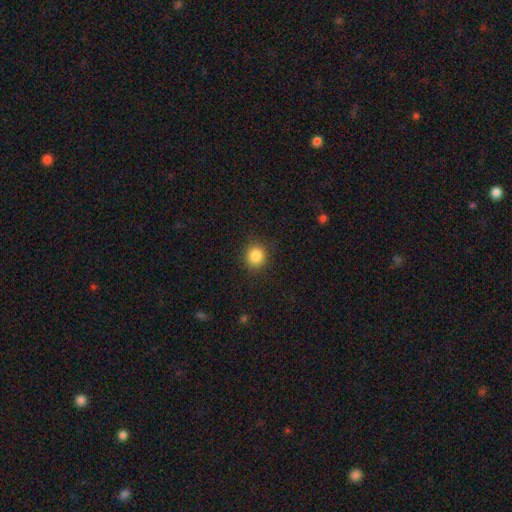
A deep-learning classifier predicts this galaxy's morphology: Smooth or featured? smooth (85%)
How rounded? round (84%)
Merging? none (89%)